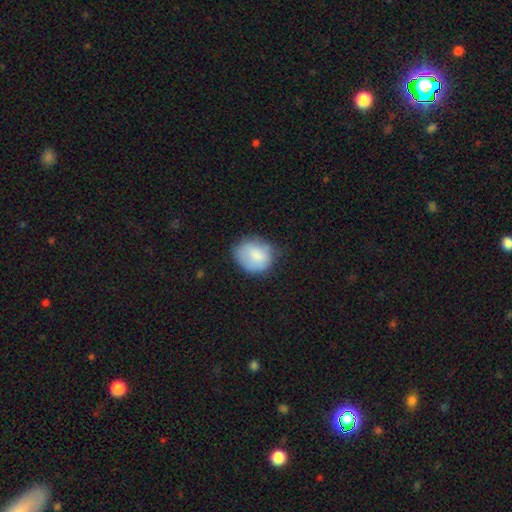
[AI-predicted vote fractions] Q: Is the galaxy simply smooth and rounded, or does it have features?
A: smooth — 81%.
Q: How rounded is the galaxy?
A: round — 63%.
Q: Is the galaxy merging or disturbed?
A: none — 57%.